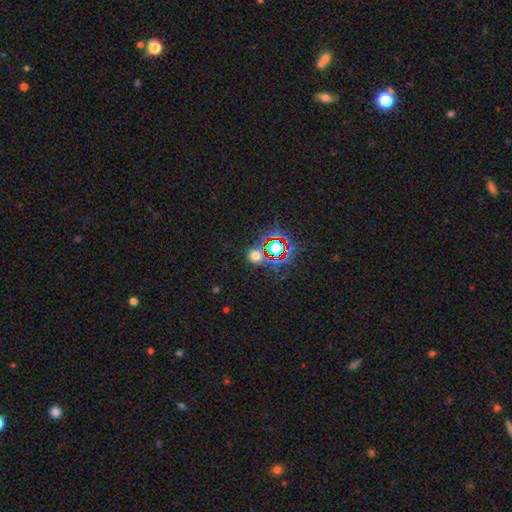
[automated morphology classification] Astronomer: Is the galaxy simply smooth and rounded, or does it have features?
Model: smooth — 51% (runner-up: star or artifact, 41%).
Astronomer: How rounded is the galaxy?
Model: round — 85%.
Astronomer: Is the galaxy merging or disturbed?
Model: none — 74%.